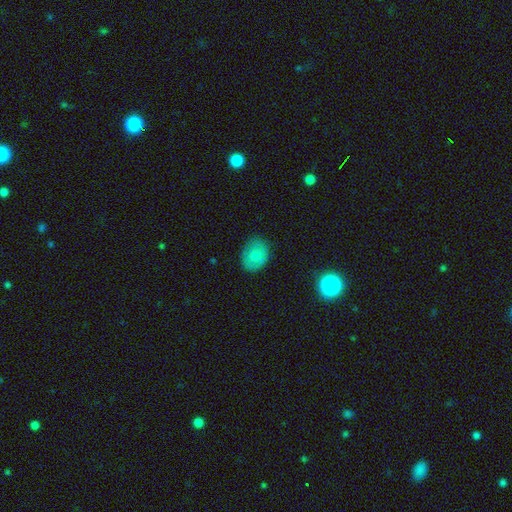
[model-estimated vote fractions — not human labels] Smooth or featured? smooth (76%)
How rounded? in between (56%)
Merging? none (80%)